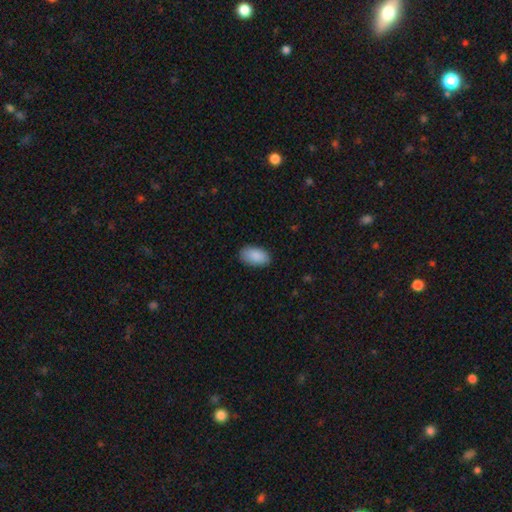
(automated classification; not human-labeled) smooth_or_featured: smooth (p=0.90) [alt: star or artifact p=0.06]
how_rounded: in between (p=0.95) [alt: round p=0.03]
merging: none (p=0.85) [alt: minor disturbance p=0.11]